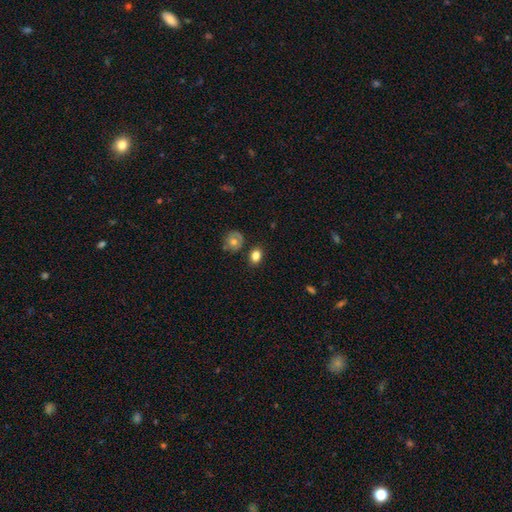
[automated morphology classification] Smooth or featured?
  - smooth: 82% *
  - star or artifact: 10%
  - featured or disk: 9%
How rounded?
  - in between: 60% *
  - round: 38%
  - cigar-shaped: 1%
Merging?
  - none: 79% *
  - minor disturbance: 12%
  - merger: 6%
  - major disturbance: 3%